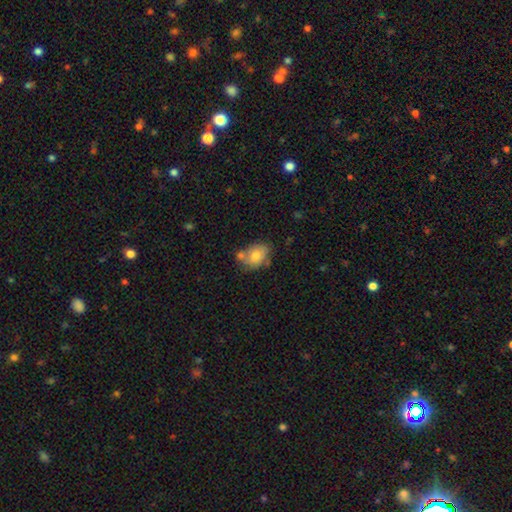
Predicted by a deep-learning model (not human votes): Morphology: type=smooth (71%); roundness=in between (71%); merging=none (50%).